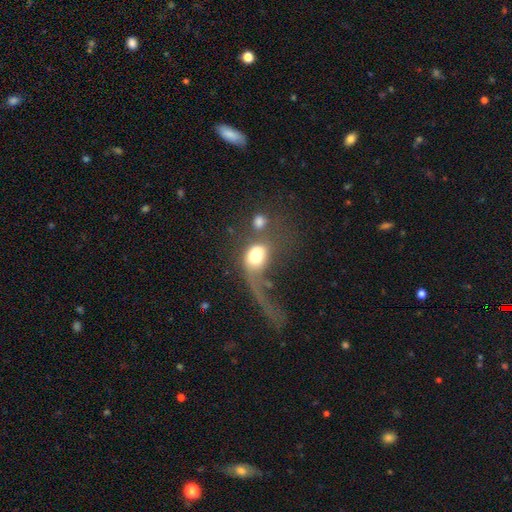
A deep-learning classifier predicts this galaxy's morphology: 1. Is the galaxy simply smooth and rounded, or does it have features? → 63% smooth, 27% featured or disk, 10% star or artifact.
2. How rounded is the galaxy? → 64% in between, 33% round, 3% cigar-shaped.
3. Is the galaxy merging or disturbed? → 47% major disturbance, 26% merger, 17% none, 10% minor disturbance.